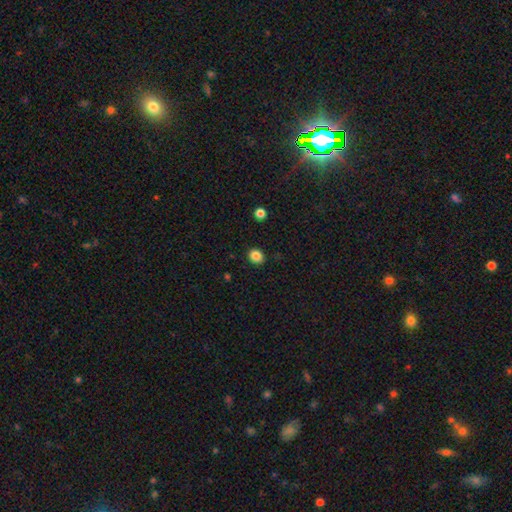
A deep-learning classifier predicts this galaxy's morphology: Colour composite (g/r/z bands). It shows a smooth galaxy with no disk features (85%) that is round (66%). Merging: none (90%).